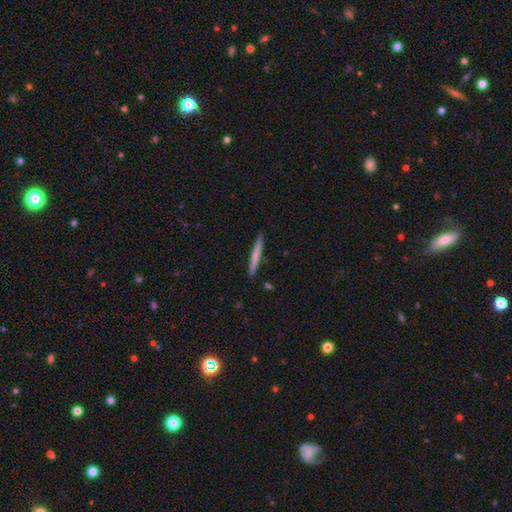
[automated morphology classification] Smooth or featured? Predicted: smooth (p=0.67). How rounded? Predicted: cigar-shaped (p=0.96). Merging? Predicted: none (p=0.90).